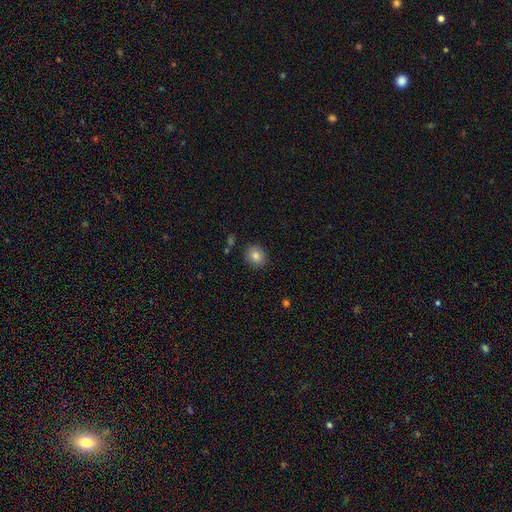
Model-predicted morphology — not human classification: Smooth or featured?
  - smooth: 83% *
  - star or artifact: 10%
  - featured or disk: 7%
How rounded?
  - round: 73% *
  - in between: 26%
  - cigar-shaped: 1%
Merging?
  - none: 87% *
  - minor disturbance: 9%
  - major disturbance: 2%
  - merger: 2%